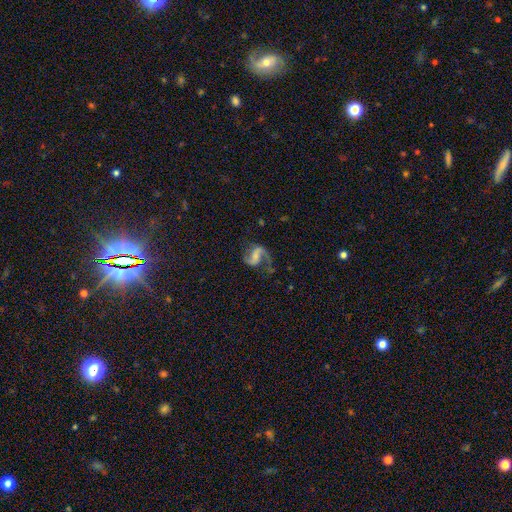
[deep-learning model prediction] smooth_or_featured: featured or disk (p=0.81) [alt: smooth p=0.12]
disk_edge_on: no (p=0.98) [alt: yes p=0.02]
bar: weak (p=0.43) [alt: strong p=0.31]
has_spiral_arms: yes (p=0.94) [alt: no p=0.06]
spiral_winding: loose (p=0.55) [alt: medium p=0.37]
spiral_arm_count: 2 (p=0.84) [alt: 1 p=0.11]
bulge_size: small (p=0.40) [alt: moderate p=0.28]
merging: none (p=0.58) [alt: major disturbance p=0.21]